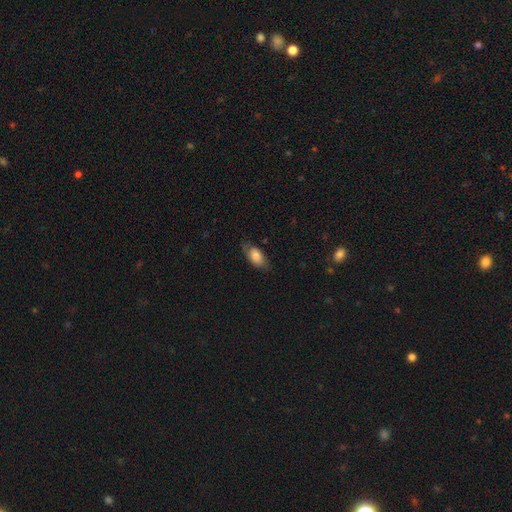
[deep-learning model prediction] Smooth or featured? smooth (77%)
How rounded? in between (89%)
Merging? none (69%)